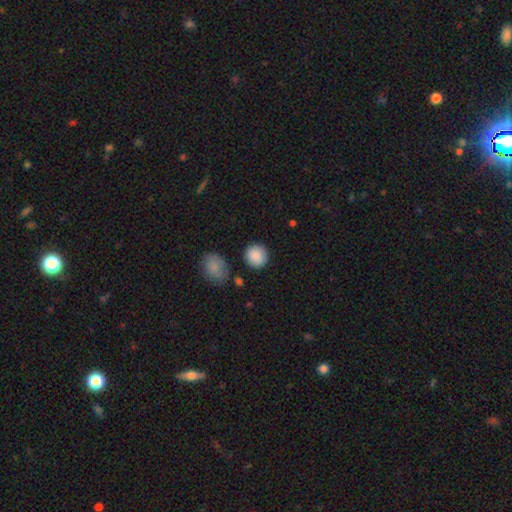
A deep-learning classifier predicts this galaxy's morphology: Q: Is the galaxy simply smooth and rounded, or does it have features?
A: smooth — 88%.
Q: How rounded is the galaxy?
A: round — 90%.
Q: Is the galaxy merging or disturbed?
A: none — 85%.